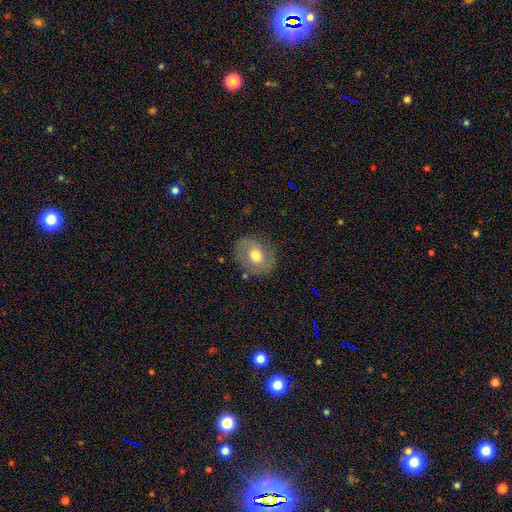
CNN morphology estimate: smooth-or-featured: smooth: 60% | featured or disk: 33% | star or artifact: 8%
  how-rounded: round: 57% | in between: 42% | cigar-shaped: 1%
  merging: none: 77% | minor disturbance: 16% | major disturbance: 6% | merger: 2%